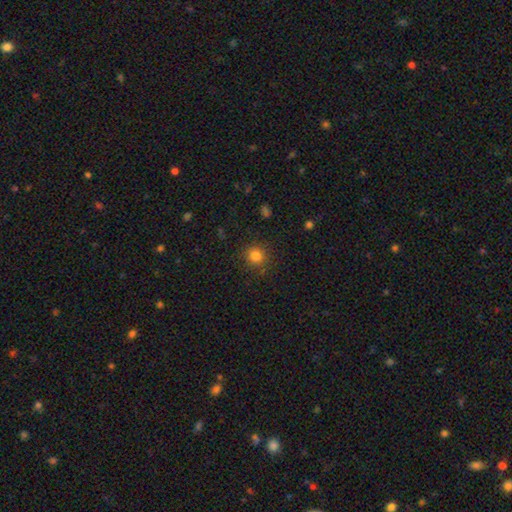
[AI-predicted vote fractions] Smooth or featured: smooth — 82% (star or artifact — 13%)
How rounded: round — 92% (in between — 7%)
Merging: none — 88% (minor disturbance — 8%)